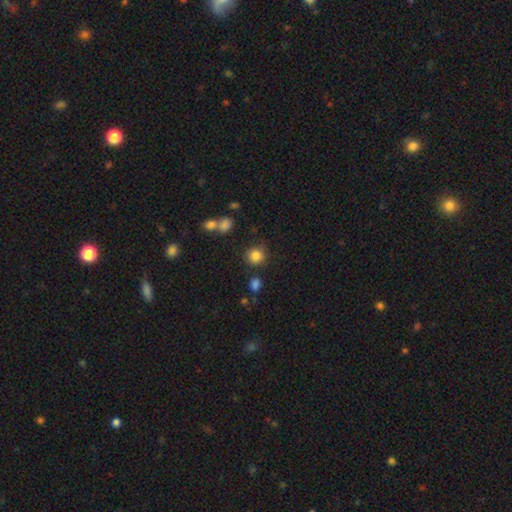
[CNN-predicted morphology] Smooth or featured? Predicted: smooth (p=0.84). How rounded? Predicted: round (p=0.89). Merging? Predicted: none (p=0.79).